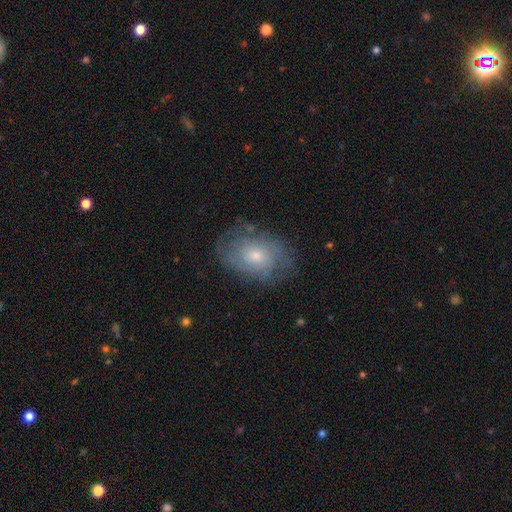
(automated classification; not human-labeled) Smooth or featured? Predicted: featured or disk (p=0.68). Edge-on disk? Predicted: no (p=0.96). Bar? Predicted: no (p=0.78). Spiral arms? Predicted: yes (p=0.83). Spiral winding? Predicted: tight (p=0.61). Spiral arm count? Predicted: can't tell (p=0.51). Bulge size? Predicted: small (p=0.54). Merging? Predicted: none (p=0.73).